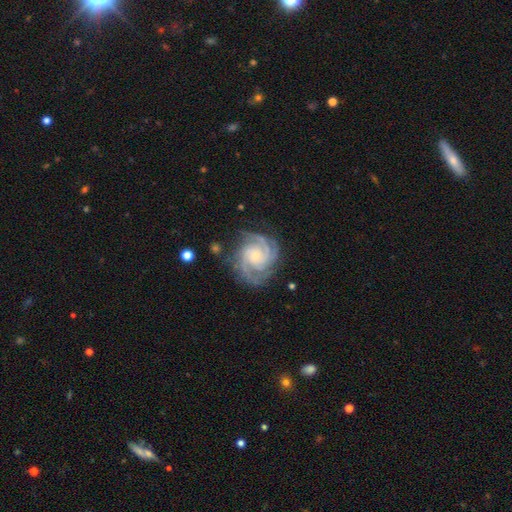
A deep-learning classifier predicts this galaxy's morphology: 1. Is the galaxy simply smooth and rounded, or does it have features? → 92% featured or disk, 4% star or artifact, 4% smooth.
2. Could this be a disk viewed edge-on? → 98% no, 2% yes.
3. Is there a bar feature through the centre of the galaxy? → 70% no, 24% weak, 6% strong.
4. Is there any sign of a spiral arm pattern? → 99% yes, 1% no.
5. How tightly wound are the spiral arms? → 66% tight, 30% medium, 3% loose.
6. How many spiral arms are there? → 42% 3, 19% 4, 17% 2, 11% can't tell, 6% more than 4, 6% 1.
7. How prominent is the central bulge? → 63% small, 27% moderate, 5% none, 3% large, 1% dominant.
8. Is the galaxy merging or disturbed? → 77% none, 15% minor disturbance, 6% major disturbance, 2% merger.